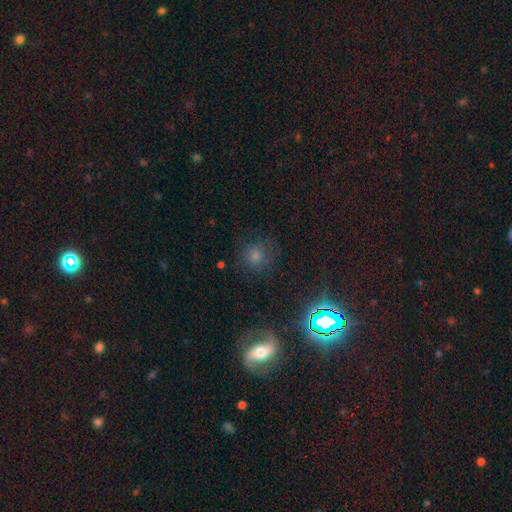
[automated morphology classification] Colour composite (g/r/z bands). It shows a smooth galaxy with no disk features (42%). Merging: none (80%).